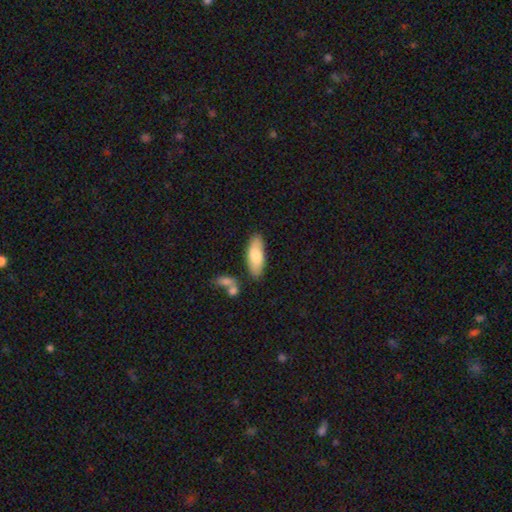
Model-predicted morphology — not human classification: Smooth or featured?
  - smooth: 75% *
  - featured or disk: 19%
  - star or artifact: 6%
How rounded?
  - in between: 75% *
  - cigar-shaped: 23%
  - round: 2%
Merging?
  - none: 79% *
  - minor disturbance: 13%
  - merger: 5%
  - major disturbance: 3%